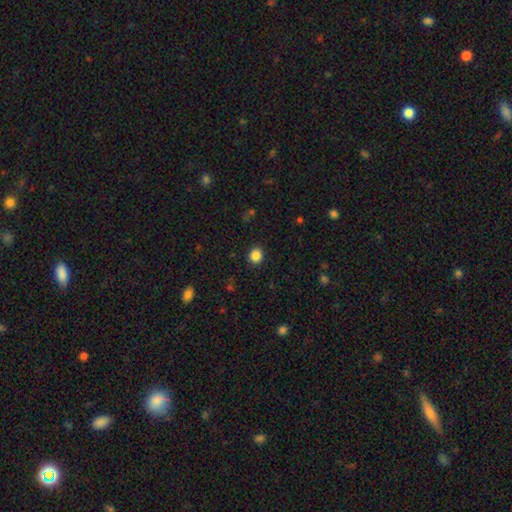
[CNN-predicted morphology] type=smooth (86%); roundness=round (85%); merging=none (91%).